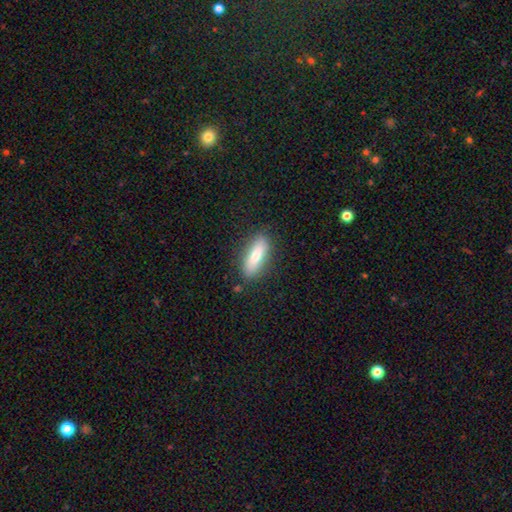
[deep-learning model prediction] Smooth or featured? smooth (73%)
How rounded? in between (58%)
Merging? none (86%)